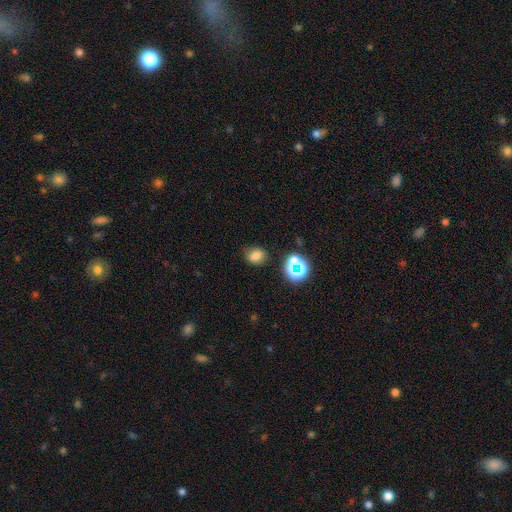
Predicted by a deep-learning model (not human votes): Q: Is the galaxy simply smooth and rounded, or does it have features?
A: smooth — 73%.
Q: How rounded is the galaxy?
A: in between — 51%.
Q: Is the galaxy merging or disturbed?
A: none — 74%.